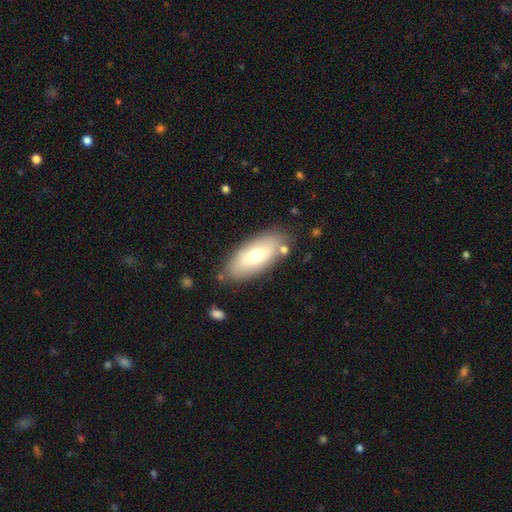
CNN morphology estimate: type=smooth (62%); roundness=in between (86%); merging=none (79%).